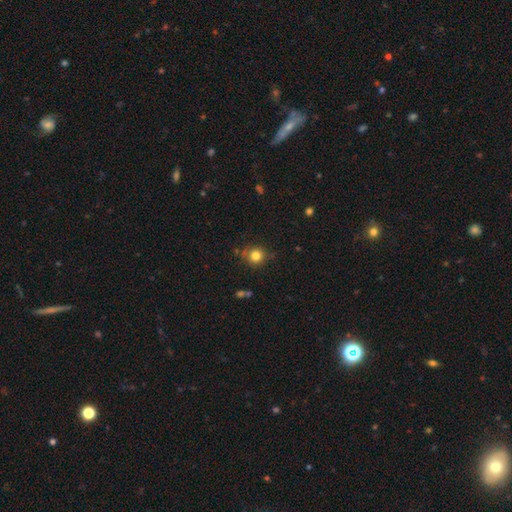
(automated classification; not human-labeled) Overall: smooth (81%). How rounded: round (90%). Merging: none (79%).